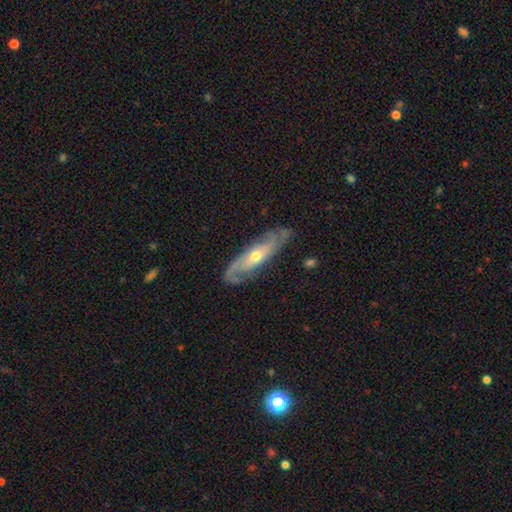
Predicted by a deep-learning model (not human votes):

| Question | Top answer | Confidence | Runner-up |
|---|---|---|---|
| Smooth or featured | featured or disk | 79% | smooth (16%) |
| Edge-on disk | no | 75% | yes (25%) |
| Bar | no | 69% | weak (24%) |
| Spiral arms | yes | 90% | no (10%) |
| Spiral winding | tight | 43% | medium (38%) |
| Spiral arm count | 2 | 56% | can't tell (27%) |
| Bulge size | moderate | 58% | small (37%) |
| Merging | none | 77% | minor disturbance (16%) |